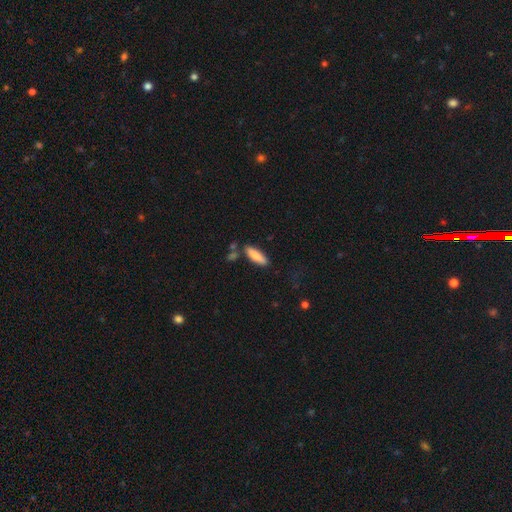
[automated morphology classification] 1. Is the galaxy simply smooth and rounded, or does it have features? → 83% smooth, 11% featured or disk, 6% star or artifact.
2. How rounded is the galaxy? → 59% cigar-shaped, 40% in between, 2% round.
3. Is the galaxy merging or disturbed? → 78% none, 13% minor disturbance, 6% merger, 3% major disturbance.